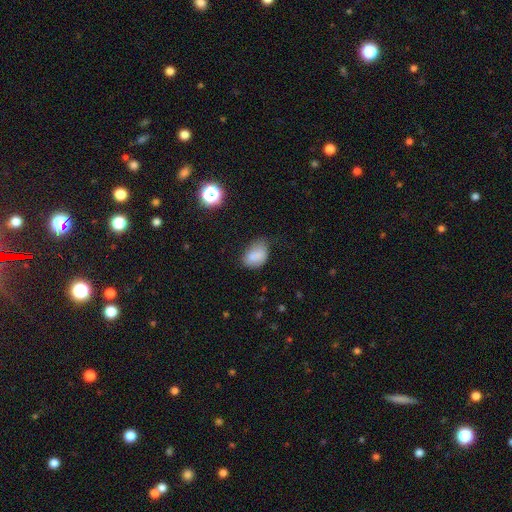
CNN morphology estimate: smooth-or-featured: smooth: 81% | star or artifact: 10% | featured or disk: 9%
  how-rounded: in between: 82% | round: 17% | cigar-shaped: 1%
  merging: none: 49% | minor disturbance: 37% | major disturbance: 11% | merger: 3%